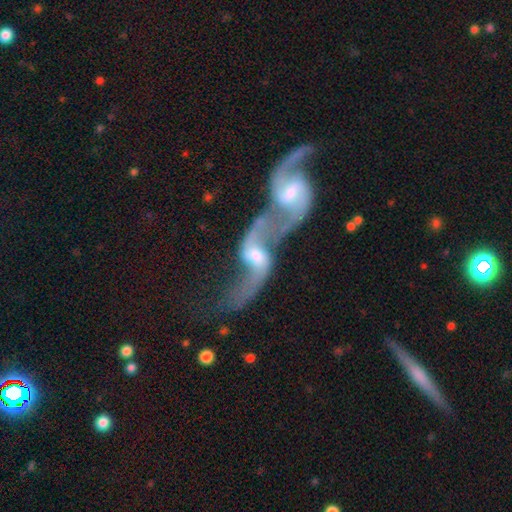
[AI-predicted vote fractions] This appears to be a featured or disk galaxy (83%) with a weak bar (46%), 2 (88%) loose (85%) spiral arms (91%) and a moderate central bulge (54%). Merging: merger (78%).